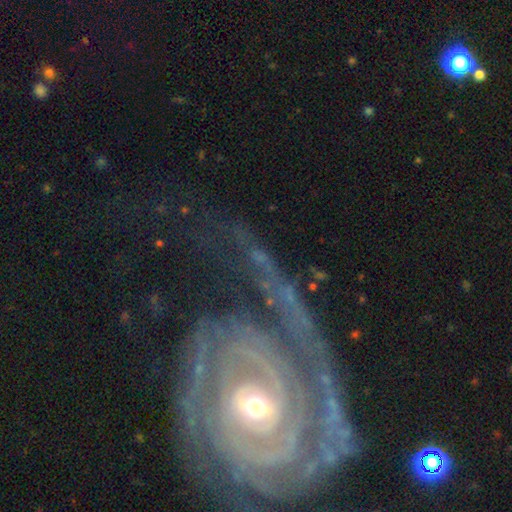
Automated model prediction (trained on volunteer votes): Q: Smooth or featured?
A: featured or disk (41%); runner-up: star or artifact (40%)
Q: Merging?
A: none (58%); runner-up: major disturbance (17%)